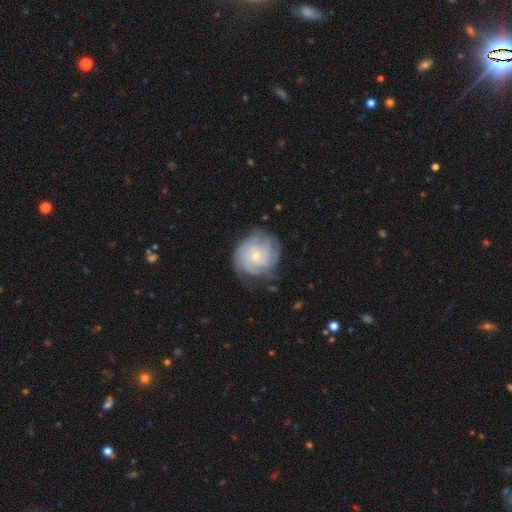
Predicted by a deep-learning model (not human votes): Q: Smooth or featured?
A: featured or disk (74%); runner-up: smooth (20%)
Q: Edge-on disk?
A: no (98%); runner-up: yes (2%)
Q: Bar?
A: no (71%); runner-up: weak (25%)
Q: Spiral arms?
A: yes (93%); runner-up: no (7%)
Q: Spiral winding?
A: tight (72%); runner-up: medium (22%)
Q: Spiral arm count?
A: can't tell (42%); runner-up: 3 (17%)
Q: Bulge size?
A: small (68%); runner-up: moderate (26%)
Q: Merging?
A: none (71%); runner-up: minor disturbance (20%)